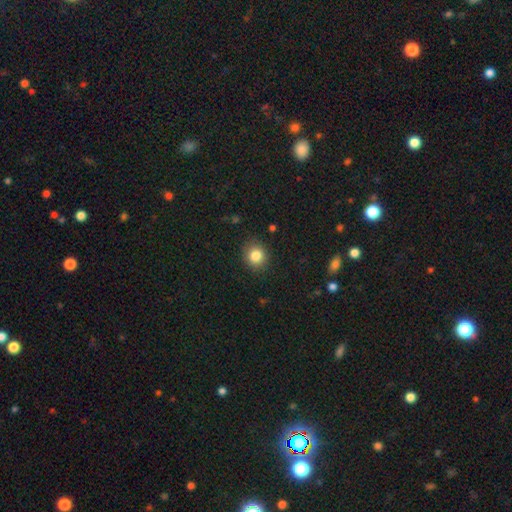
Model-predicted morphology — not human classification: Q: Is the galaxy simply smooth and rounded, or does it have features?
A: smooth — 84%.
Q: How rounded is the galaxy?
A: round — 80%.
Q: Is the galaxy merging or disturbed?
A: none — 89%.